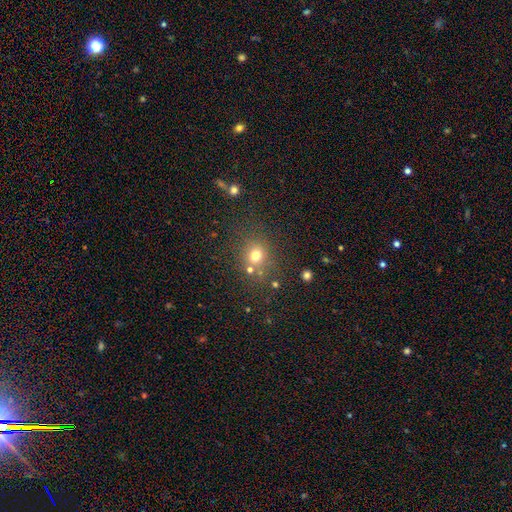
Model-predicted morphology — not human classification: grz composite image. It shows a smooth galaxy with no disk features (71%) that is round (80%). Merging: none (74%).